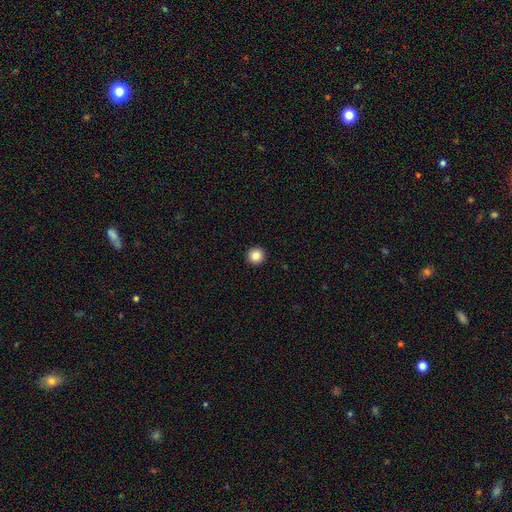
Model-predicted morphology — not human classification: Q: Smooth or featured?
A: smooth (86%); runner-up: star or artifact (10%)
Q: How rounded?
A: round (96%); runner-up: in between (3%)
Q: Merging?
A: none (94%); runner-up: minor disturbance (4%)